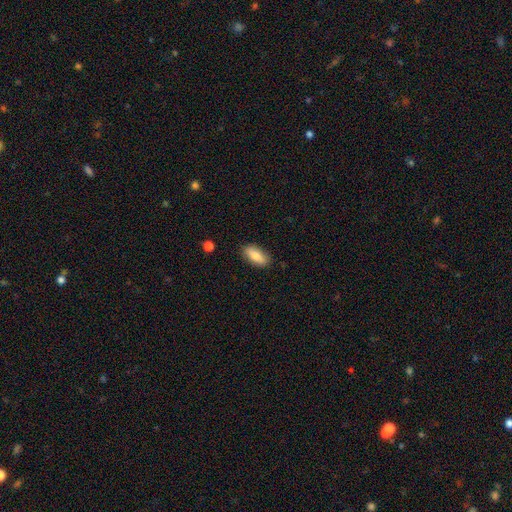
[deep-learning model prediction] Q: Smooth or featured?
A: smooth (80%); runner-up: featured or disk (13%)
Q: How rounded?
A: in between (85%); runner-up: cigar-shaped (12%)
Q: Merging?
A: none (87%); runner-up: minor disturbance (10%)